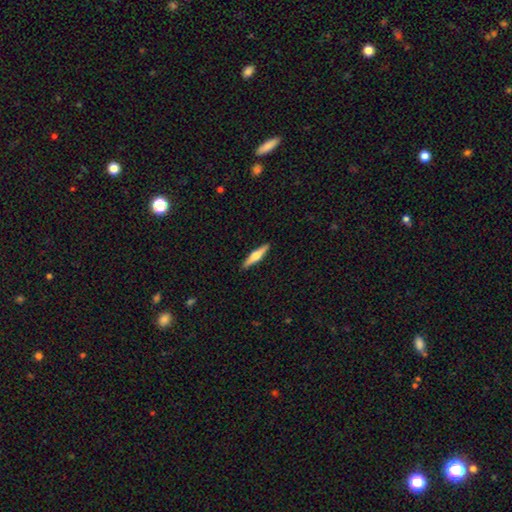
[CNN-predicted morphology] A featured or disk galaxy (53%) viewed edge-on (96%) with a rounded central bulge (91%).

Vote fractions:
- Smooth or featured? featured or disk: 53% / smooth: 42% / star or artifact: 5%
- Edge-on disk? yes: 96% / no: 4%
- Edge-on bulge? rounded: 91% / boxy: 5% / none: 4%
- Merging? none: 91% / minor disturbance: 7% / major disturbance: 1% / merger: 1%